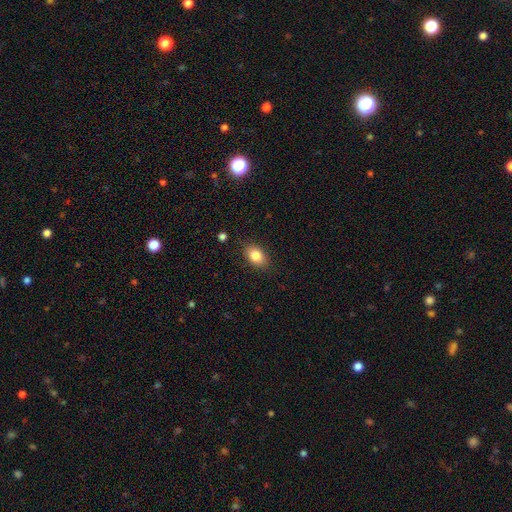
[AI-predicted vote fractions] smooth-or-featured: smooth: 83% | star or artifact: 8% | featured or disk: 8%
  how-rounded: in between: 84% | round: 15% | cigar-shaped: 2%
  merging: none: 85% | minor disturbance: 11% | major disturbance: 3% | merger: 1%